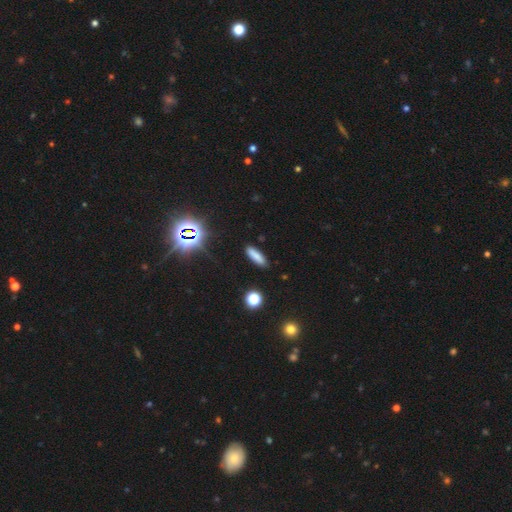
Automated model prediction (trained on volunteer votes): The model was most divided on "how rounded": cigar-shaped: 65%, in between: 32%, round: 3%. More confident: merging — none (88%); smooth or featured — smooth (77%).